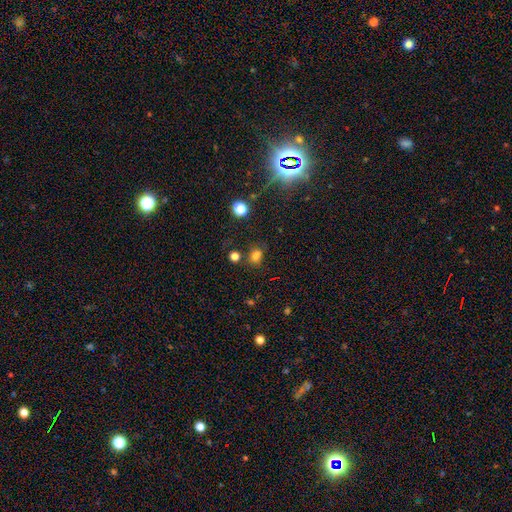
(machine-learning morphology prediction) type=smooth (70%); roundness=in between (55%); merging=none (62%).